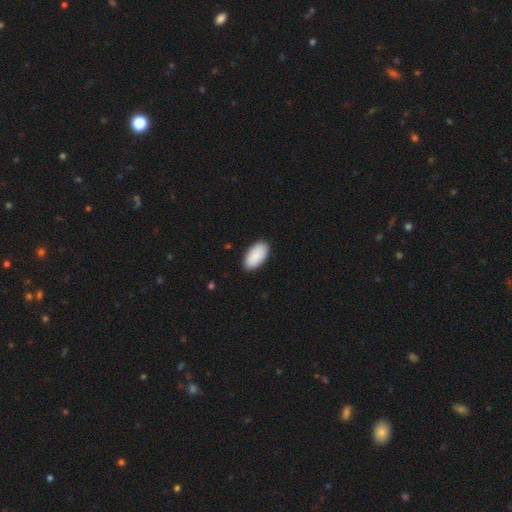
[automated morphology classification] A smooth galaxy with no disk features (91%) that is in between round and cigar-shaped (96%). Merging: none (88%).